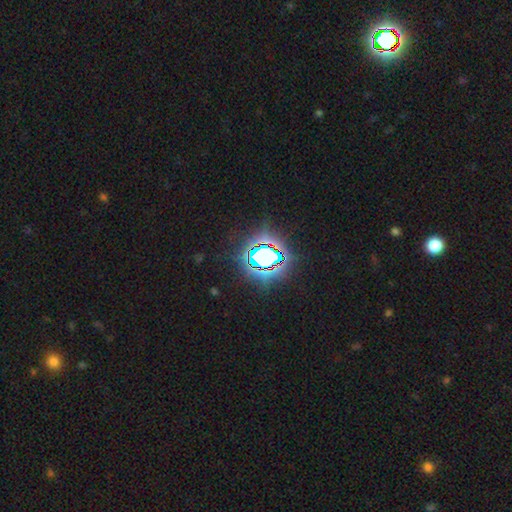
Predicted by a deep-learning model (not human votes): This appears to be a star or artifact, not a galaxy (81%).